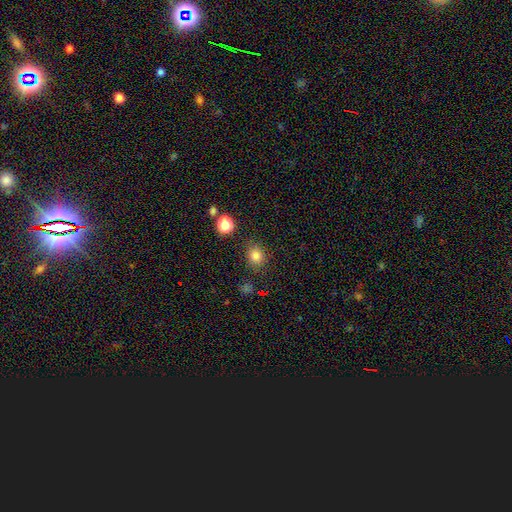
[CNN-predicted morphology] type=smooth (81%); roundness=round (63%); merging=none (83%).